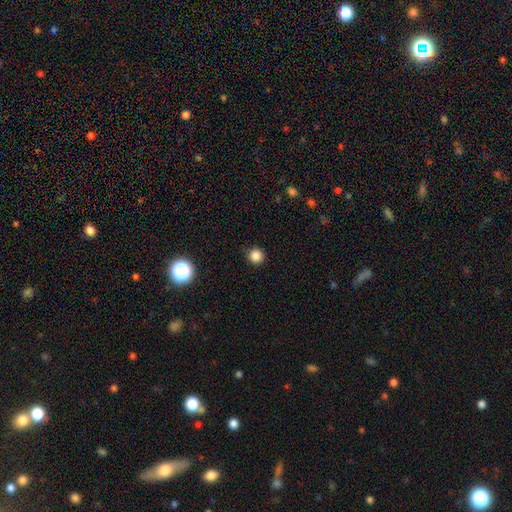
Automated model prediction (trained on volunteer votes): Morphology: type=smooth (84%); roundness=round (94%); merging=none (90%).